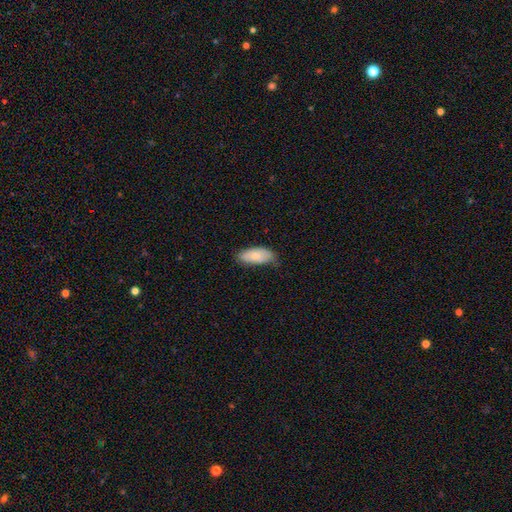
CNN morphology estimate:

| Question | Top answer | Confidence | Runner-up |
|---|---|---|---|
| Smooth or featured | smooth | 82% | featured or disk (12%) |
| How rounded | in between | 88% | cigar-shaped (10%) |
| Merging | none | 65% | minor disturbance (29%) |